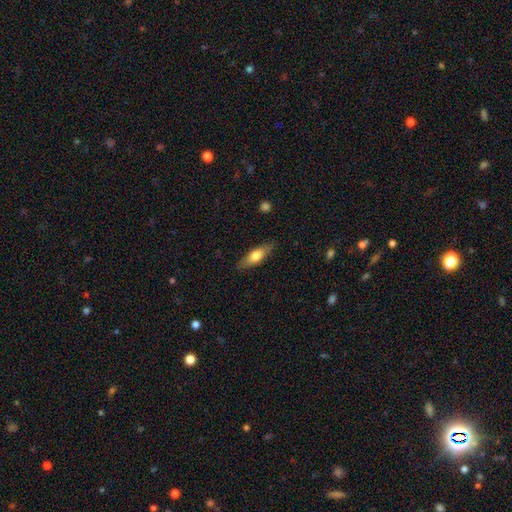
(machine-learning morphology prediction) Smooth or featured? Predicted: smooth (p=0.59). How rounded? Predicted: in between (p=0.49, tied with cigar-shaped). Merging? Predicted: none (p=0.85).